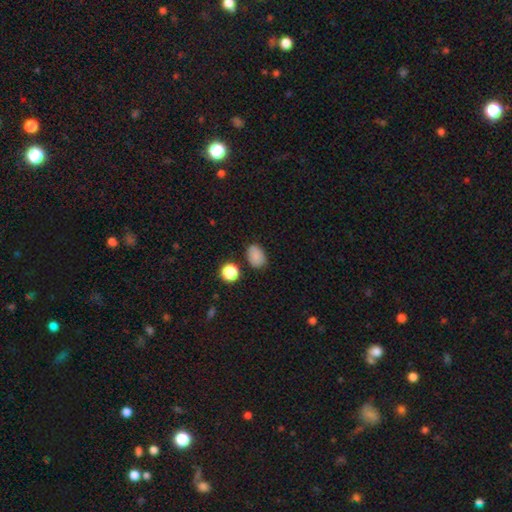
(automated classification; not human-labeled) A smooth galaxy with no disk features (83%) that is in between round and cigar-shaped (79%). Merging: none (78%).